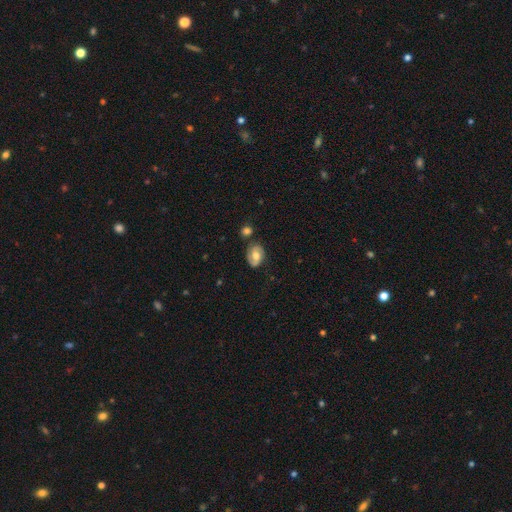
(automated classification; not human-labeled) Smooth or featured?
  - featured or disk: 56% *
  - smooth: 36%
  - star or artifact: 7%
Edge-on disk?
  - no: 96% *
  - yes: 4%
Bar?
  - no: 53% *
  - weak: 37%
  - strong: 10%
Spiral arms?
  - yes: 84% *
  - no: 16%
Bulge size?
  - moderate: 68% *
  - large: 15%
  - small: 13%
  - none: 2%
  - dominant: 2%
Merging?
  - none: 69% *
  - minor disturbance: 18%
  - merger: 7%
  - major disturbance: 5%